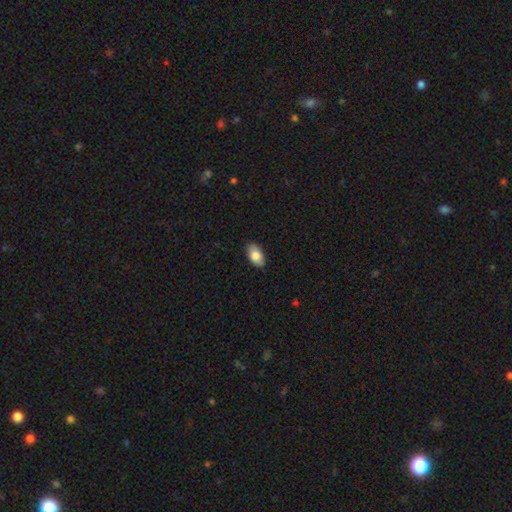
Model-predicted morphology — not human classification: Smooth or featured? Predicted: smooth (p=0.78). How rounded? Predicted: in between (p=0.93). Merging? Predicted: none (p=0.86).